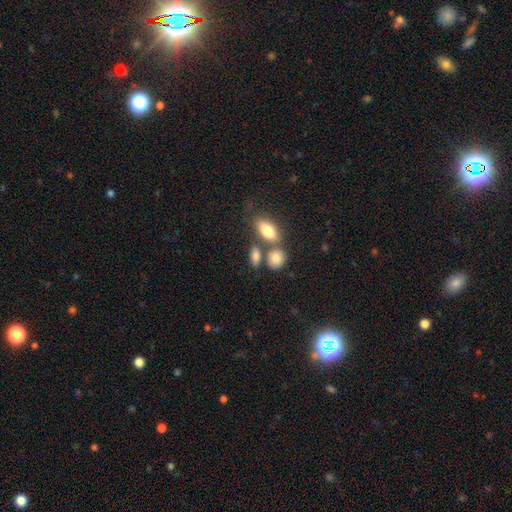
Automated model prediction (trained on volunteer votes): This is clearly a smooth galaxy (81%). How rounded: likely in between (74%). Merging: possibly none (55%).